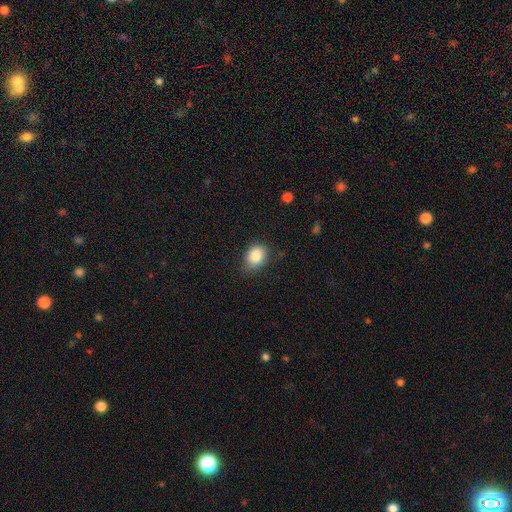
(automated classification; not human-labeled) Q: Smooth or featured?
A: smooth (86%); runner-up: star or artifact (9%)
Q: How rounded?
A: in between (59%); runner-up: round (40%)
Q: Merging?
A: none (74%); runner-up: minor disturbance (20%)